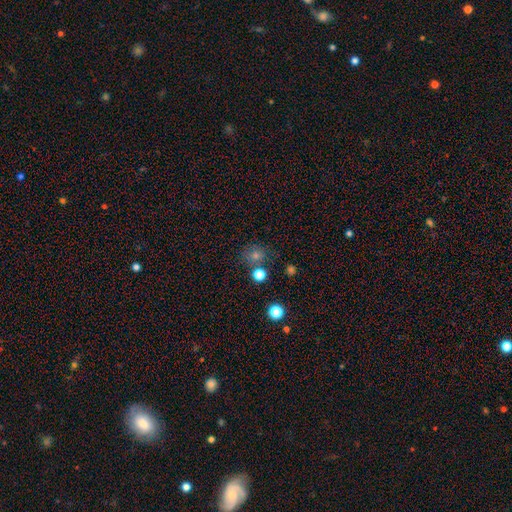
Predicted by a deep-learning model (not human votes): smooth_or_featured: smooth (p=0.59) [alt: star or artifact p=0.30]
how_rounded: round (p=0.78) [alt: in between p=0.20]
merging: none (p=0.71) [alt: minor disturbance p=0.12]